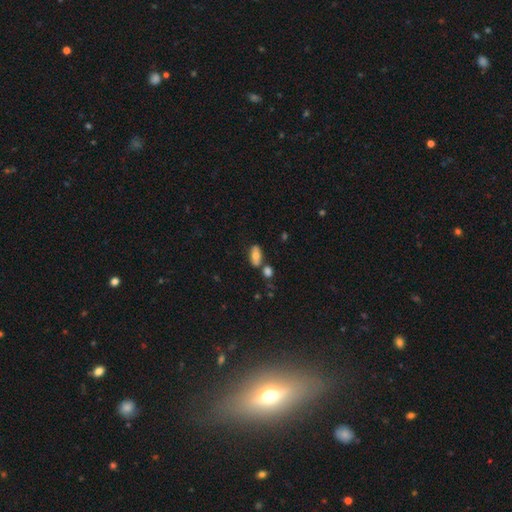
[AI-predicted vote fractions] The model was most divided on "merging": none: 67%, merger: 17%, minor disturbance: 13%, major disturbance: 4%. More confident: how rounded — in between (86%); smooth or featured — smooth (71%).